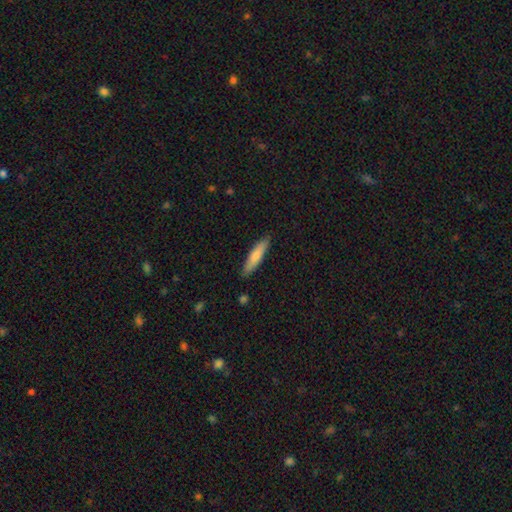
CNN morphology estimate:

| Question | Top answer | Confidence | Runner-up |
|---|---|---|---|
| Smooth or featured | smooth | 76% | featured or disk (19%) |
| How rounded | cigar-shaped | 83% | in between (16%) |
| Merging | none | 88% | minor disturbance (9%) |